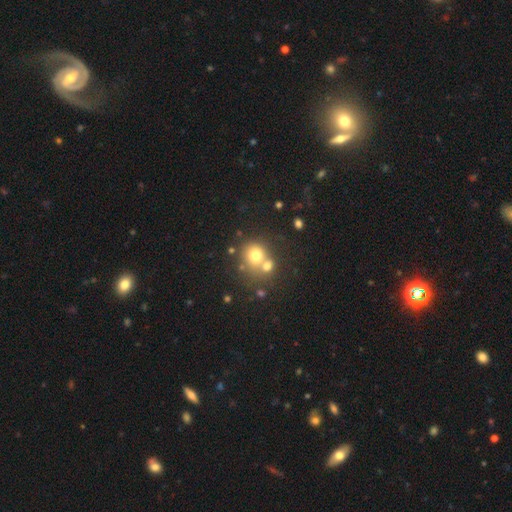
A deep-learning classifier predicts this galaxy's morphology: smooth_or_featured: smooth (p=0.71) [alt: featured or disk p=0.15]
how_rounded: round (p=0.81) [alt: in between p=0.18]
merging: none (p=0.46) [alt: merger p=0.40]